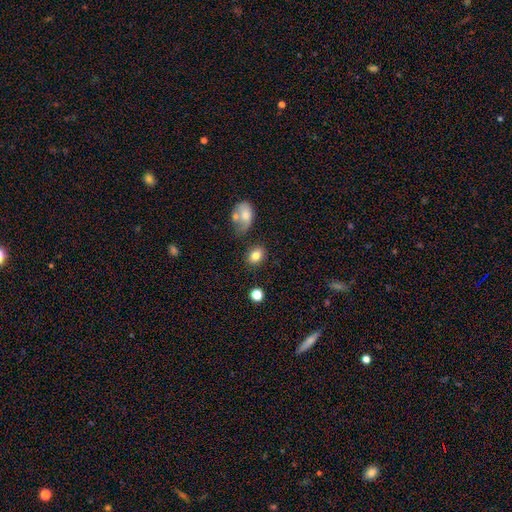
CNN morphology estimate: smooth 82%, star or artifact 10%, featured or disk 8%. Down the decision tree: how rounded — in between (62%); merging — none (78%).